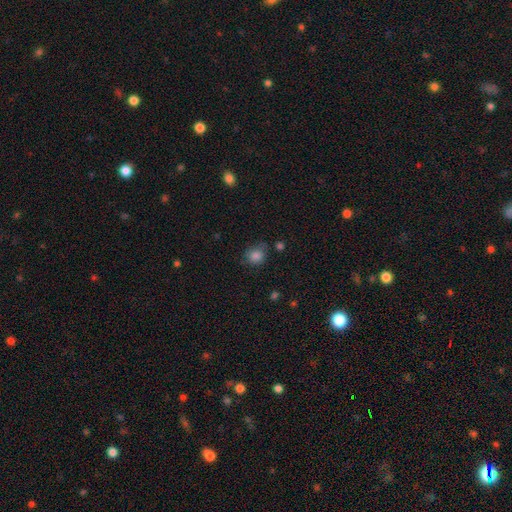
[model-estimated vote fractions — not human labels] This appears to be a smooth galaxy with no disk features (84%) that is round (73%). Merging: none (66%).